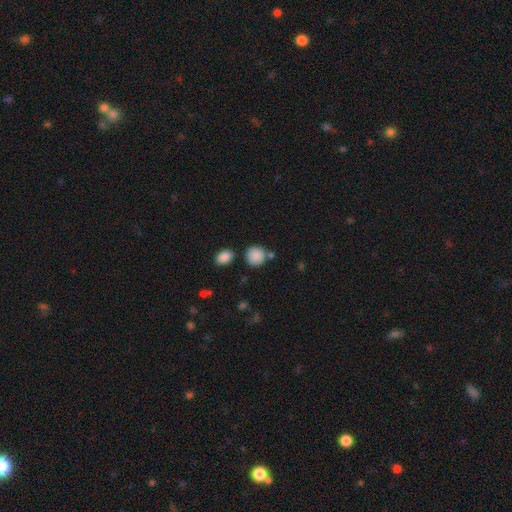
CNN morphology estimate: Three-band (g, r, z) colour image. It shows a smooth galaxy with no disk features (87%) that is round (86%). Merging: none (74%).